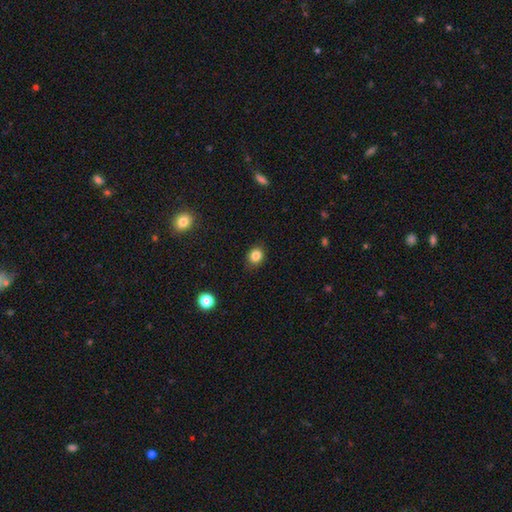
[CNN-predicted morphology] Smooth or featured? Predicted: smooth (p=0.84). How rounded? Predicted: round (p=0.69). Merging? Predicted: none (p=0.86).